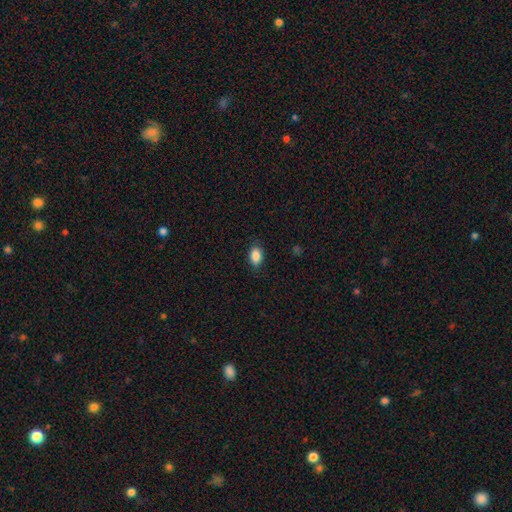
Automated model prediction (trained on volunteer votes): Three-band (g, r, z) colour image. It shows a smooth galaxy with no disk features (88%) that is in between round and cigar-shaped (86%). Merging: none (85%).